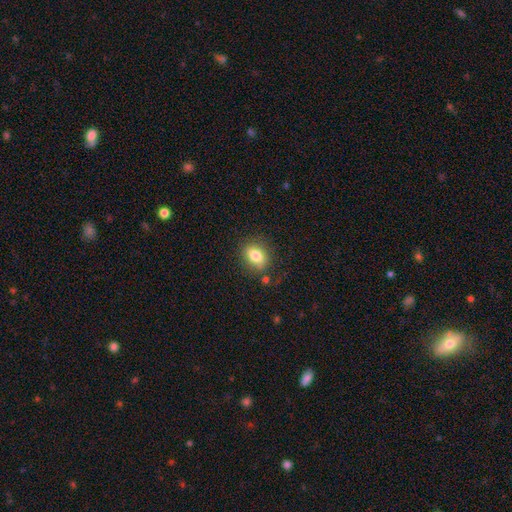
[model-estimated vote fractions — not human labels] Morphology: type=smooth (80%); roundness=in between (66%); merging=none (79%).